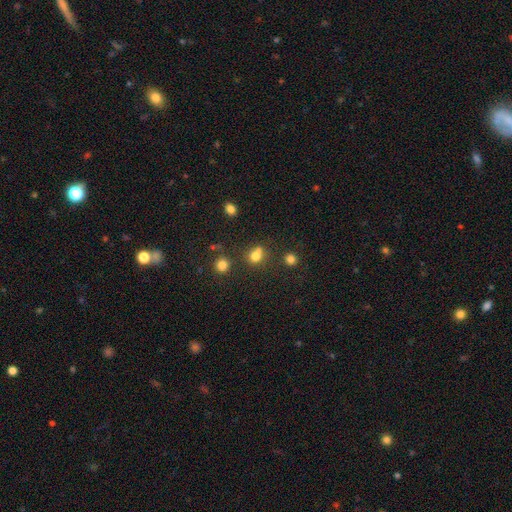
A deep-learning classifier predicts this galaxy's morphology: Smooth or featured: smooth — 74% (star or artifact — 17%)
How rounded: round — 71% (in between — 28%)
Merging: none — 50% (merger — 32%)